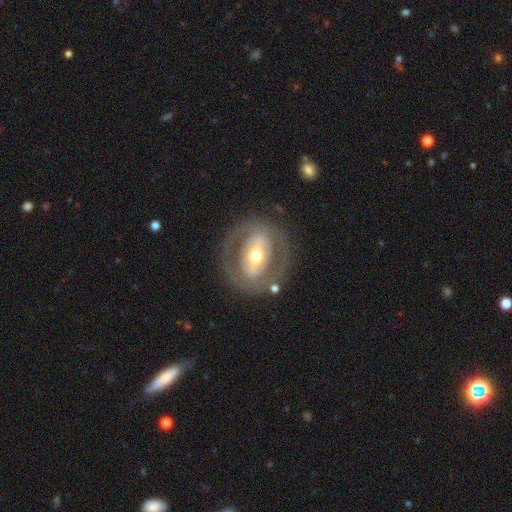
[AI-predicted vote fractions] Smooth or featured? featured or disk (72%)
Edge-on disk? no (94%)
Bar? strong (45%)
Spiral arms? no (65%)
Bulge size? moderate (70%)
Merging? none (77%)